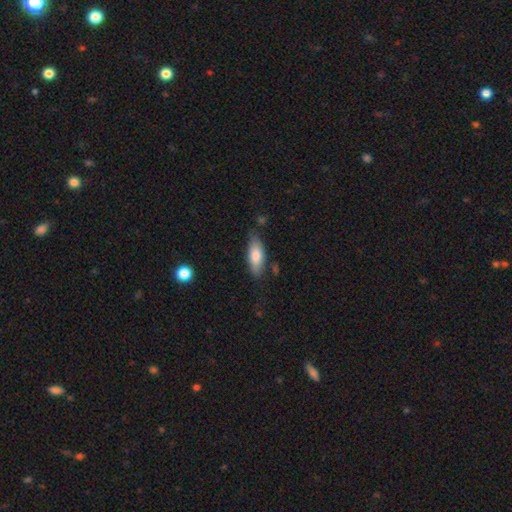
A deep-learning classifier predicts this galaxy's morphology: The model was most divided on "merging": none: 73%, minor disturbance: 20%, major disturbance: 4%, merger: 3%. More confident: smooth or featured — smooth (77%); how rounded — in between (76%).